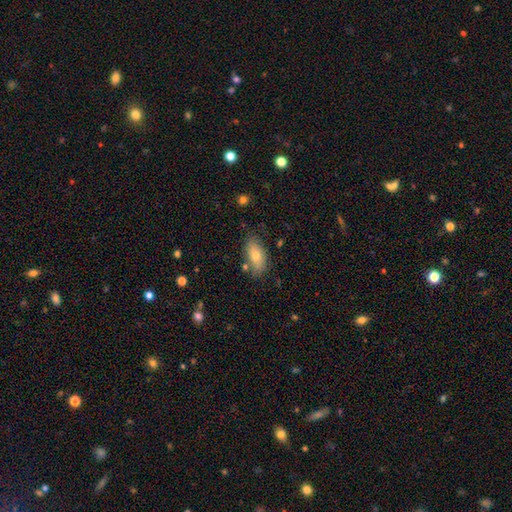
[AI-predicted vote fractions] Overall: smooth (77%). How rounded: in between (90%). Merging: none (75%).